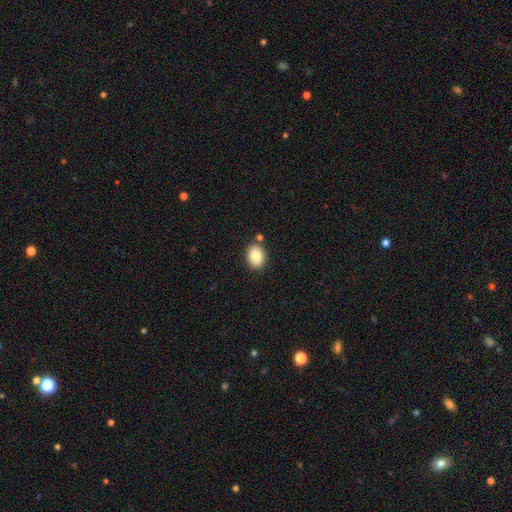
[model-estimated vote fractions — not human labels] A smooth galaxy with no disk features (83%) that is in between round and cigar-shaped (67%). Merging: none (83%).